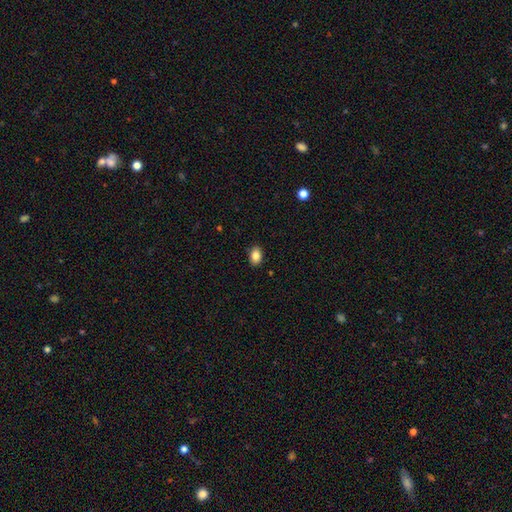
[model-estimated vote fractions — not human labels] Q: Smooth or featured?
A: smooth (85%); runner-up: star or artifact (9%)
Q: How rounded?
A: in between (84%); runner-up: round (15%)
Q: Merging?
A: none (89%); runner-up: minor disturbance (8%)